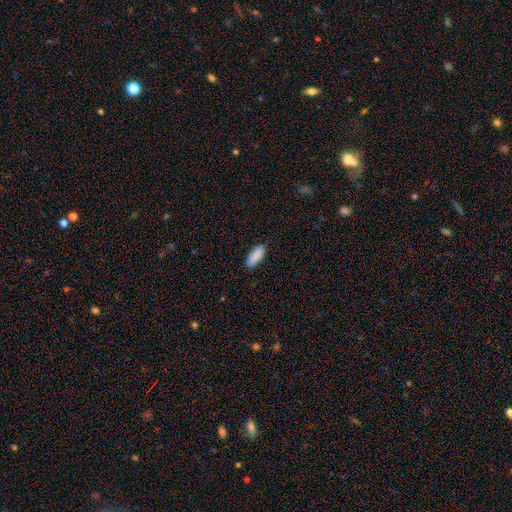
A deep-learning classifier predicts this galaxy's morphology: A smooth galaxy with no disk features (89%) that is in between round and cigar-shaped (80%). Merging: none (83%).